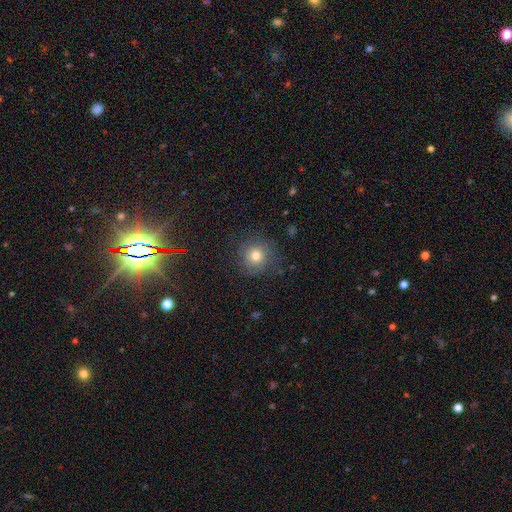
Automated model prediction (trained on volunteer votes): smooth_or_featured: smooth (p=0.72) [alt: star or artifact p=0.15]
how_rounded: round (p=0.92) [alt: in between p=0.07]
merging: none (p=0.79) [alt: minor disturbance p=0.13]